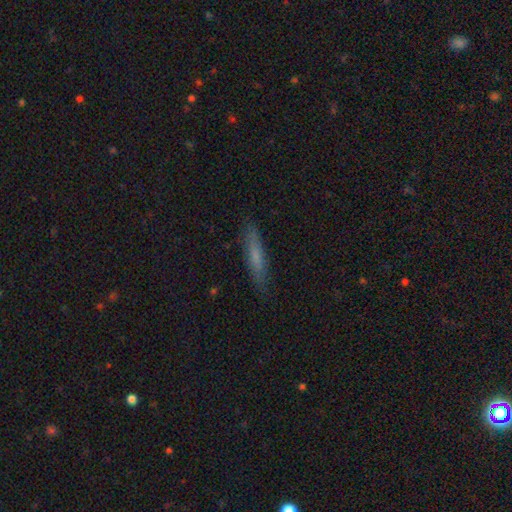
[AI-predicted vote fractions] Smooth or featured? Predicted: smooth (p=0.62). How rounded? Predicted: cigar-shaped (p=0.89). Merging? Predicted: none (p=0.87).